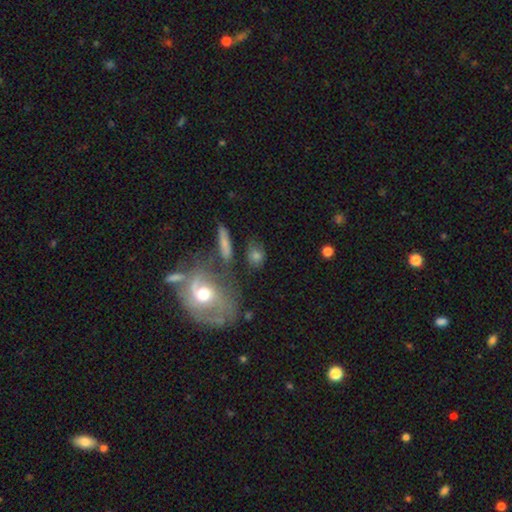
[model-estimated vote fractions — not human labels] smooth-or-featured: smooth: 59% | featured or disk: 26% | star or artifact: 14%
  how-rounded: round: 49% | in between: 44% | cigar-shaped: 7%
  merging: none: 63% | minor disturbance: 15% | merger: 13% | major disturbance: 9%